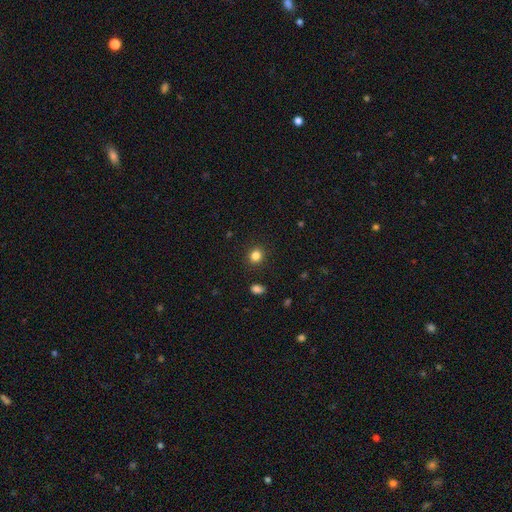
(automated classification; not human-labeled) Smooth or featured? Predicted: smooth (p=0.83). How rounded? Predicted: round (p=0.83). Merging? Predicted: none (p=0.90).